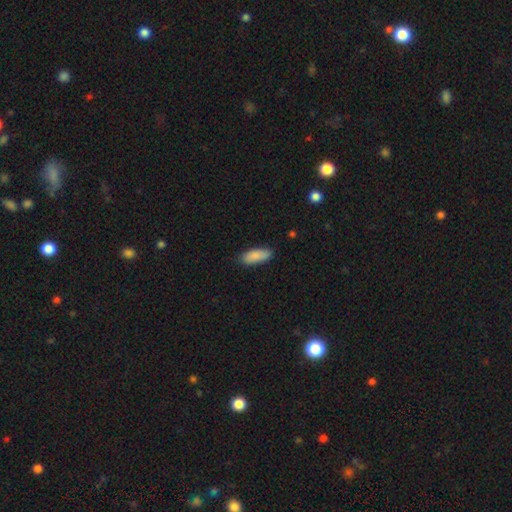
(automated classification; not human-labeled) The model was most divided on "how rounded": in between: 75%, cigar-shaped: 23%, round: 2%. More confident: smooth or featured — smooth (88%); merging — none (83%).